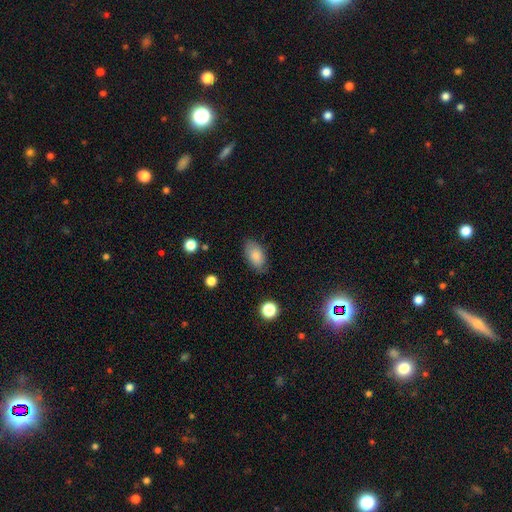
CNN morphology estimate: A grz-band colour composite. It shows a smooth galaxy with no disk features (81%) that is in between round and cigar-shaped (92%). Merging: none (76%).